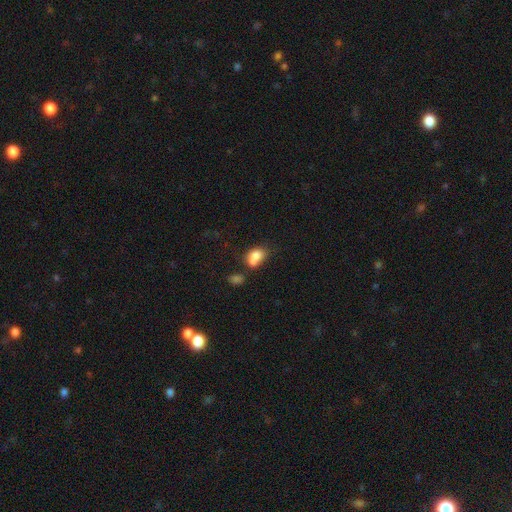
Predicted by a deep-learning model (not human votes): smooth 75%, featured or disk 16%, star or artifact 10%. Down the decision tree: how rounded — in between (66%); merging — merger (57%).